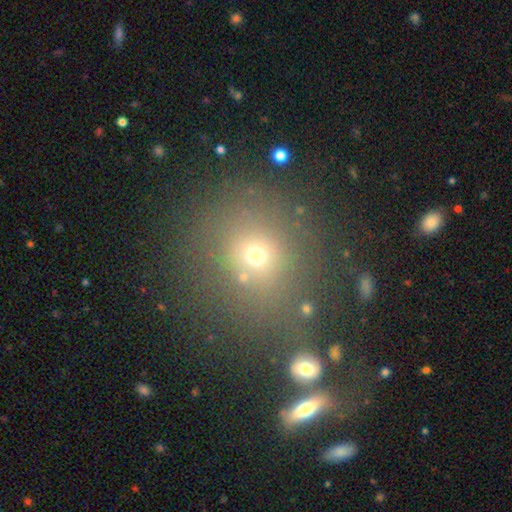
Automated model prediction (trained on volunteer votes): smooth 64%, star or artifact 24%, featured or disk 12%. Down the decision tree: how rounded — round (78%); merging — none (71%).